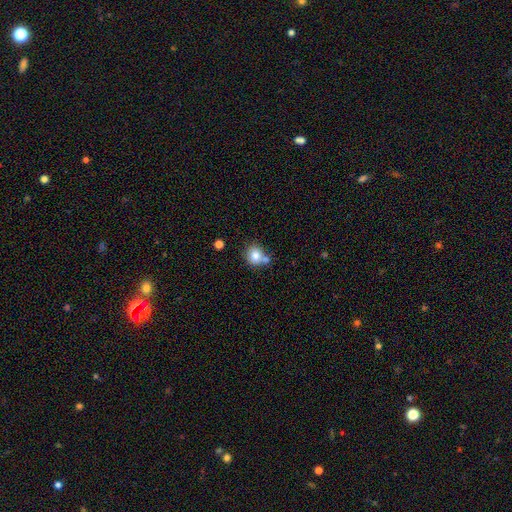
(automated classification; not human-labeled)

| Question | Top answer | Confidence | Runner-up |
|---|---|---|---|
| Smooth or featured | smooth | 79% | featured or disk (11%) |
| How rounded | round | 80% | in between (19%) |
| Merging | none | 49% | merger (33%) |